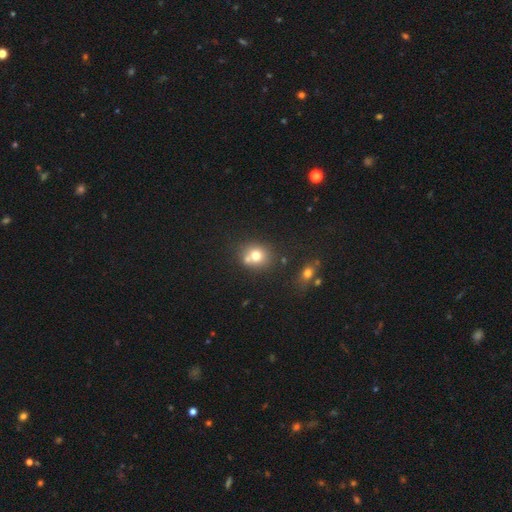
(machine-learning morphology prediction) This is likely a smooth galaxy (72%). How rounded: likely round (74%). Merging: possibly none (56%).